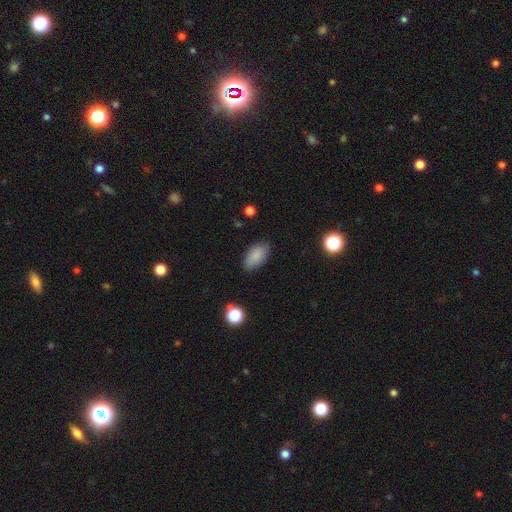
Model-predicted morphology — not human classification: A smooth galaxy with no disk features (85%) that is in between round and cigar-shaped (92%). Merging: none (84%).